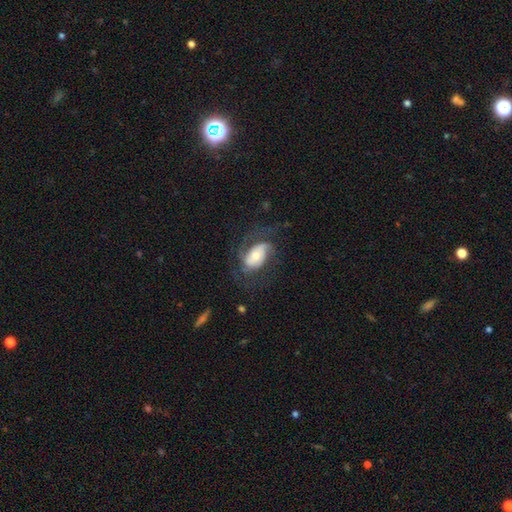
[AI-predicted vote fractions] A featured or disk galaxy (67%) with no bar (60%), 2 (59%) medium (43%) spiral arms (86%) and a moderate central bulge (54%).

Vote fractions:
- Smooth or featured? featured or disk: 67% / smooth: 26% / star or artifact: 7%
- Edge-on disk? no: 95% / yes: 5%
- Bar? no: 60% / weak: 27% / strong: 12%
- Spiral arms? yes: 86% / no: 14%
- Spiral winding? medium: 43% / loose: 31% / tight: 27%
- Spiral arm count? 2: 59% / can't tell: 18% / 3: 10% / 1: 9% / 4: 3% / more than 4: 2%
- Bulge size? moderate: 54% / small: 31% / large: 12% / dominant: 2% / none: 2%
- Merging? none: 56% / major disturbance: 22% / minor disturbance: 21% / merger: 1%